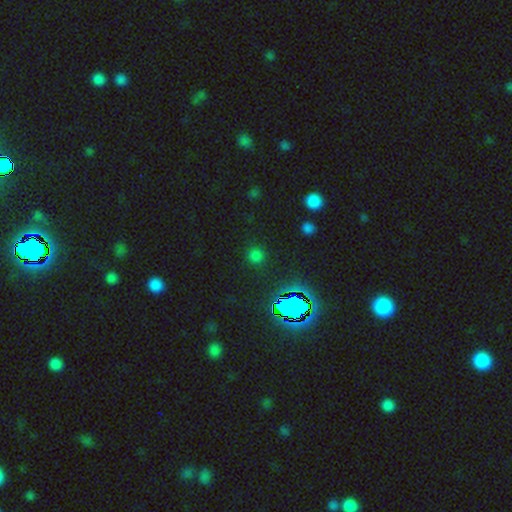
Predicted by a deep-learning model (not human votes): smooth-or-featured: smooth: 54% | star or artifact: 40% | featured or disk: 6%
  how-rounded: round: 91% | in between: 7% | cigar-shaped: 1%
  merging: none: 88% | minor disturbance: 7% | major disturbance: 3% | merger: 2%